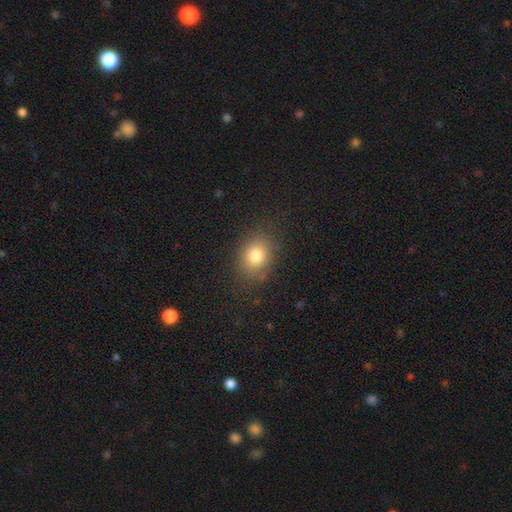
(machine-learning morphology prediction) smooth_or_featured: smooth (p=0.79) [alt: star or artifact p=0.12]
how_rounded: in between (p=0.56) [alt: round p=0.43]
merging: none (p=0.82) [alt: minor disturbance p=0.12]